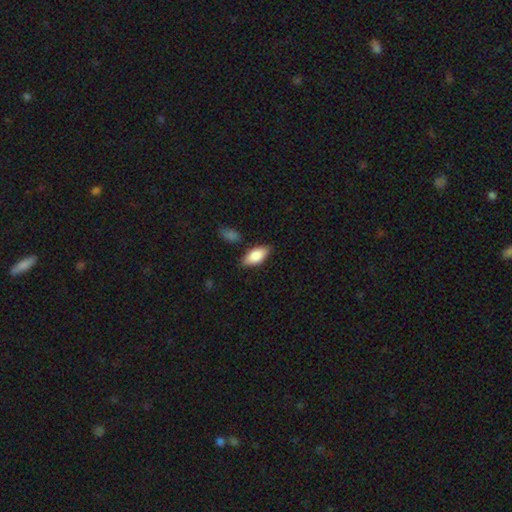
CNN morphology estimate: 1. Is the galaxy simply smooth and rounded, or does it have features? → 85% smooth, 9% featured or disk, 6% star or artifact.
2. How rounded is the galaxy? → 90% in between, 7% cigar-shaped, 3% round.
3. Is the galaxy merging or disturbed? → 81% none, 13% minor disturbance, 3% merger, 3% major disturbance.